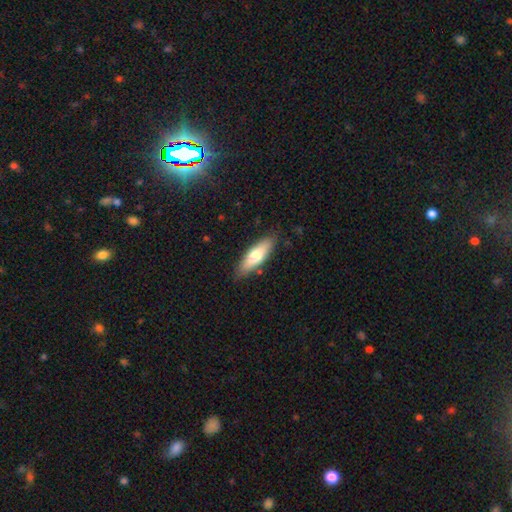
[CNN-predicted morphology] type=smooth (67%); roundness=in between (53%); merging=none (85%).